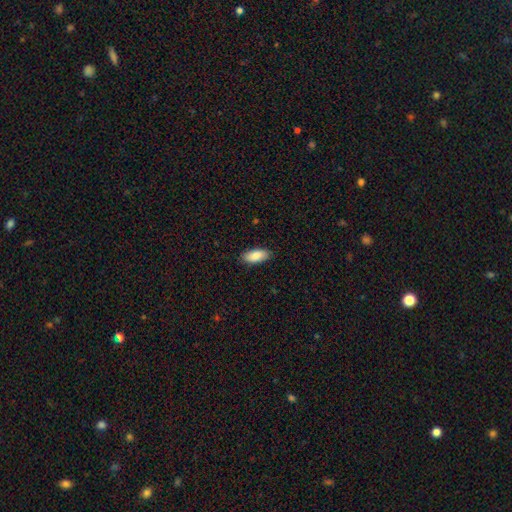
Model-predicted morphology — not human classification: Smooth or featured? smooth (87%)
How rounded? in between (87%)
Merging? none (88%)